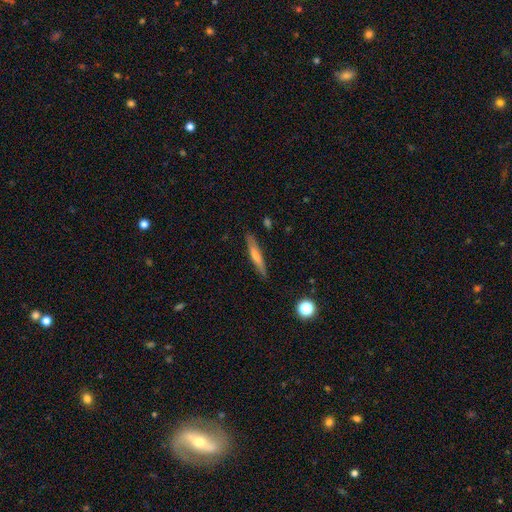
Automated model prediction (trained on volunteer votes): Smooth or featured? smooth (50%)
Merging? none (87%)